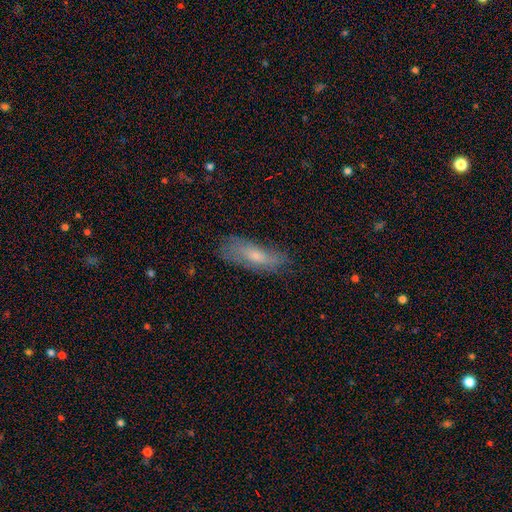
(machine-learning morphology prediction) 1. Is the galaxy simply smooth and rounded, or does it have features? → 57% smooth, 35% featured or disk, 8% star or artifact.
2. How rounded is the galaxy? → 60% in between, 38% cigar-shaped, 2% round.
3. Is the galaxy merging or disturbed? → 67% none, 24% minor disturbance, 8% major disturbance, 2% merger.